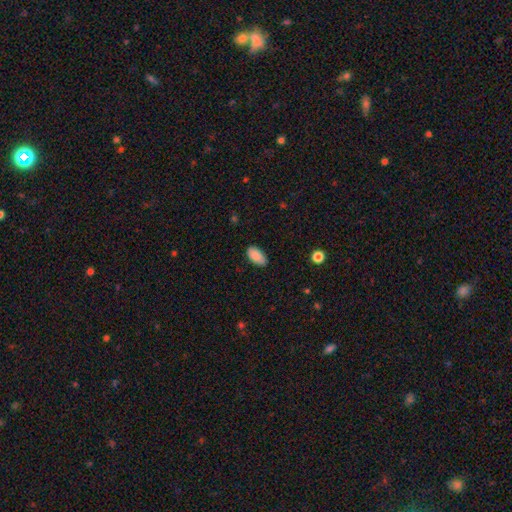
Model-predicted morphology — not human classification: A smooth galaxy with no disk features (89%) that is in between round and cigar-shaped (94%).

Vote fractions:
- Smooth or featured? smooth: 89% / star or artifact: 7% / featured or disk: 4%
- How rounded? in between: 94% / cigar-shaped: 4% / round: 2%
- Merging? none: 85% / minor disturbance: 11% / major disturbance: 2% / merger: 1%